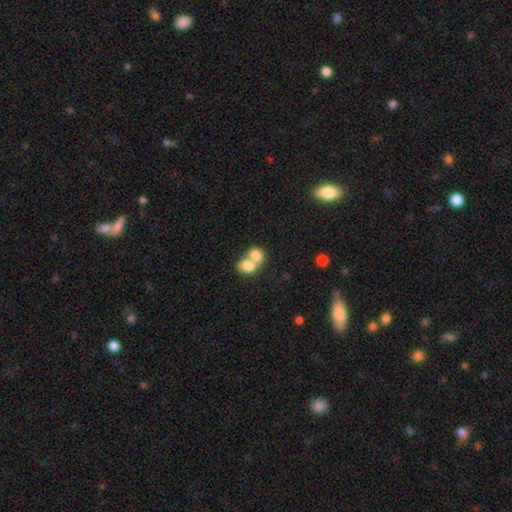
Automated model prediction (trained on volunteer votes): Smooth or featured? smooth (76%)
How rounded? in between (50%)
Merging? merger (73%)